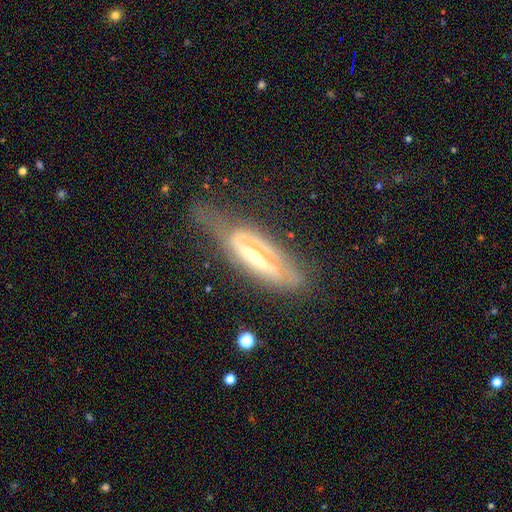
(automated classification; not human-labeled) Smooth or featured? Predicted: featured or disk (p=0.77). Edge-on disk? Predicted: no (p=0.61). Merging? Predicted: none (p=0.38).